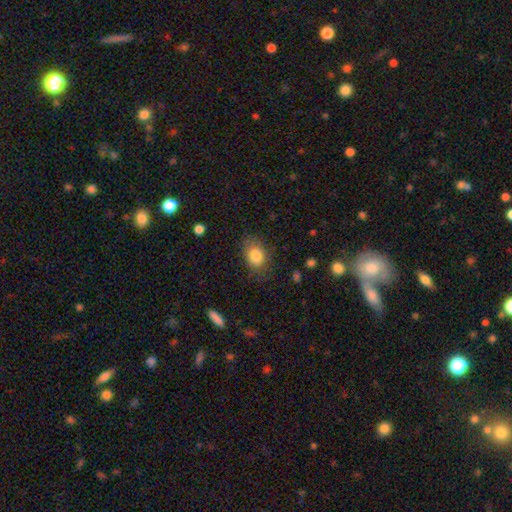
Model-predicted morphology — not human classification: type=smooth (83%); roundness=in between (73%); merging=none (74%).